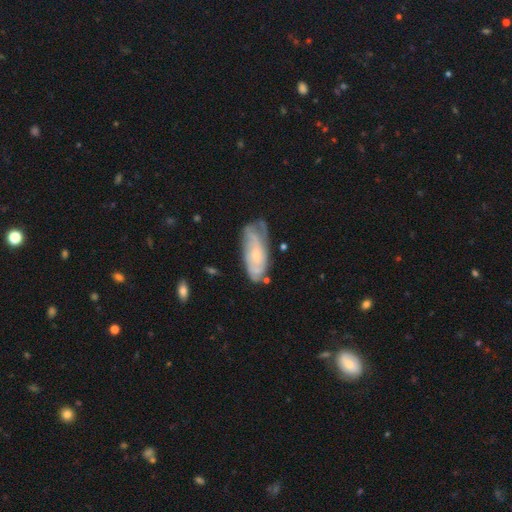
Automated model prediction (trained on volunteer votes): This is likely a featured or disk galaxy (63%). It is clearly not viewed edge-on (89%). Bar: likely no (70%). Spiral arm pattern: clearly yes (80%). Central bulge: likely small (63%). Merging: possibly none (53%).